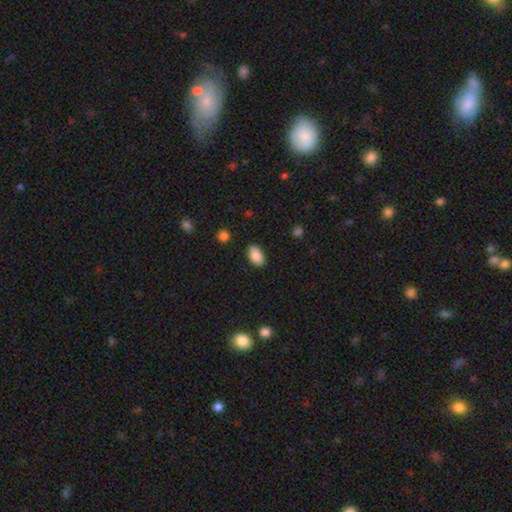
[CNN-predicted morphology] A smooth galaxy with no disk features (87%) that is in between round and cigar-shaped (93%).

Vote fractions:
- Smooth or featured? smooth: 87% / star or artifact: 8% / featured or disk: 6%
- How rounded? in between: 93% / round: 5% / cigar-shaped: 2%
- Merging? none: 86% / minor disturbance: 10% / major disturbance: 2% / merger: 1%